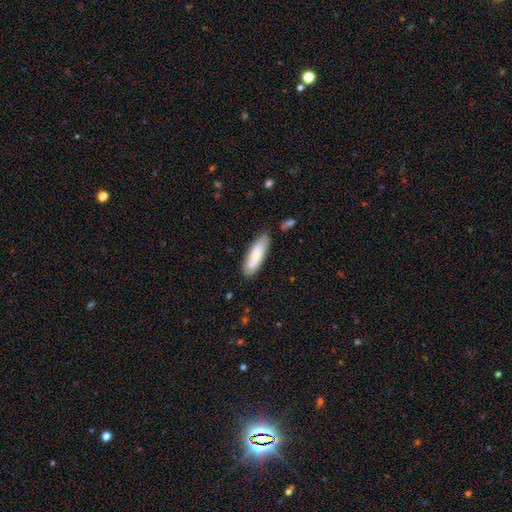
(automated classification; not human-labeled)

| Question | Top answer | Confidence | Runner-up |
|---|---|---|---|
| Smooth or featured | smooth | 73% | featured or disk (21%) |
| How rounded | in between | 51% | cigar-shaped (48%) |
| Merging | none | 70% | minor disturbance (21%) |